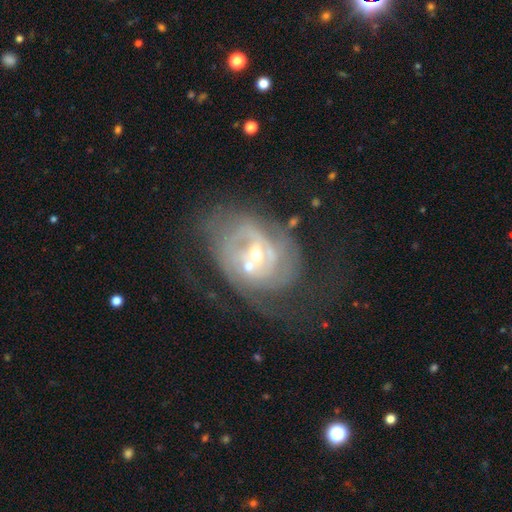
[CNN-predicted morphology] featured or disk 80%, smooth 12%, star or artifact 8%. Down the decision tree: edge-on disk — no (97%); bar — no (56%); spiral arms — yes (80%); spiral arm count — can't tell (40%); spiral winding — tight (52%); bulge size — small (51%); merging — none (36%).